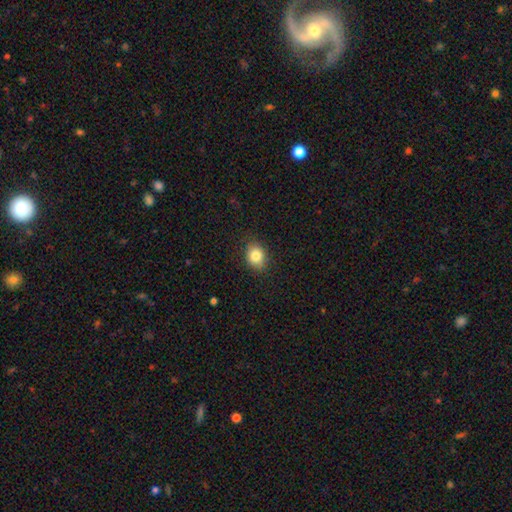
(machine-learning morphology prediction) Overall: smooth (83%). How rounded: round (55%; in between 44%). Merging: none (86%).